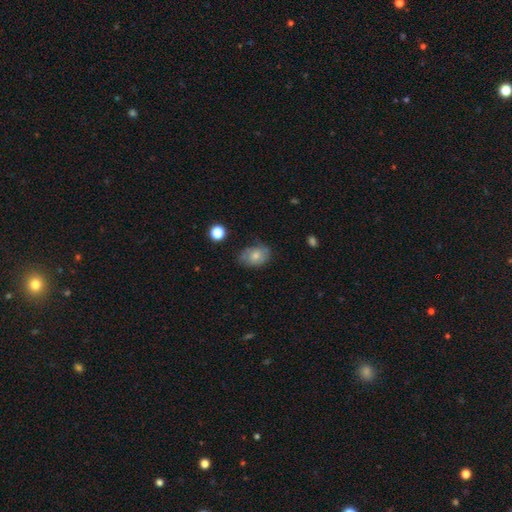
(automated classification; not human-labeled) smooth-or-featured: smooth: 65% | featured or disk: 26% | star or artifact: 9%
  how-rounded: in between: 73% | round: 26% | cigar-shaped: 1%
  merging: none: 63% | minor disturbance: 27% | major disturbance: 7% | merger: 2%